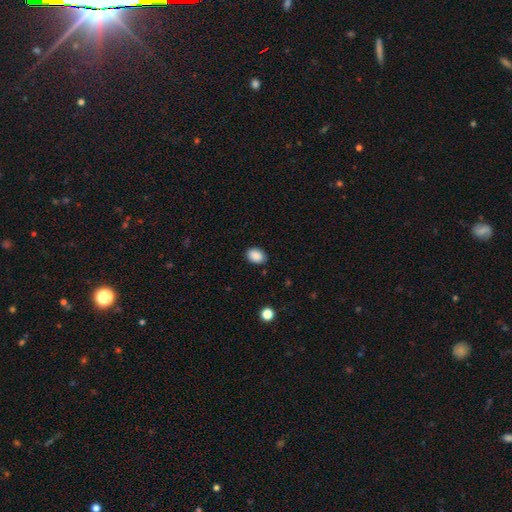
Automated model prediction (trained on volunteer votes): Overall: smooth (89%). How rounded: in between (74%). Merging: none (86%).